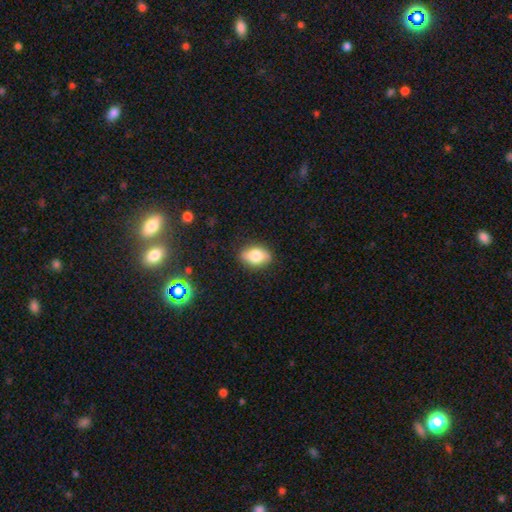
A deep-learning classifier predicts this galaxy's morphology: Smooth or featured? Predicted: smooth (p=0.74). How rounded? Predicted: in between (p=0.82). Merging? Predicted: none (p=0.85).